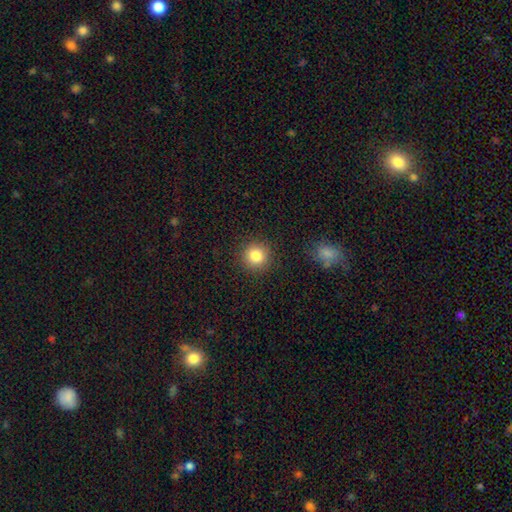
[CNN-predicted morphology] Smooth or featured? smooth (83%)
How rounded? round (92%)
Merging? none (90%)